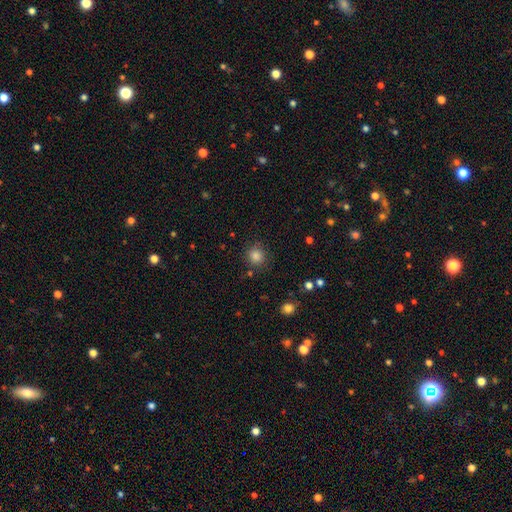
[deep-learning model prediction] Overall: smooth (83%). How rounded: round (90%). Merging: none (83%).